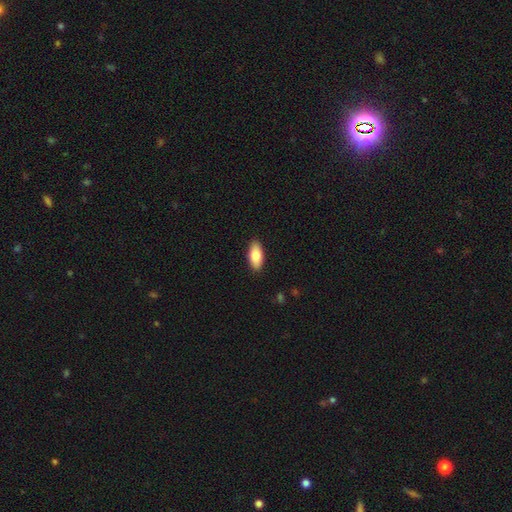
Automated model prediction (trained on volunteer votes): Q: Smooth or featured?
A: smooth (82%); runner-up: featured or disk (12%)
Q: How rounded?
A: in between (86%); runner-up: cigar-shaped (12%)
Q: Merging?
A: none (89%); runner-up: minor disturbance (8%)